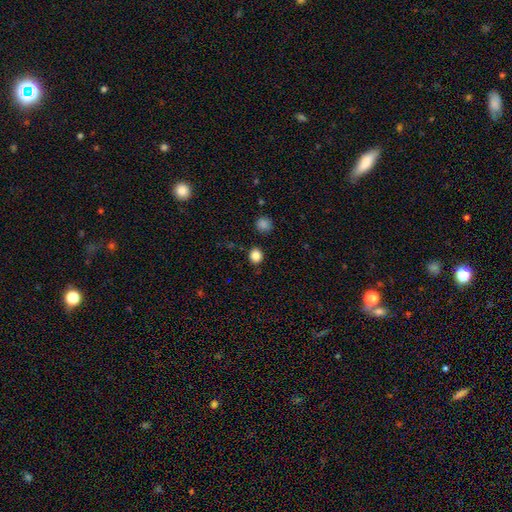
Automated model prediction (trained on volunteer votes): smooth-or-featured: smooth: 85% | star or artifact: 12% | featured or disk: 3%
  how-rounded: round: 81% | in between: 18% | cigar-shaped: 1%
  merging: none: 89% | minor disturbance: 6% | merger: 2% | major disturbance: 2%